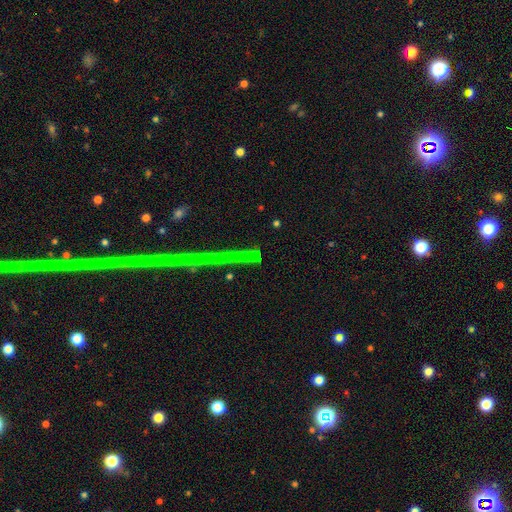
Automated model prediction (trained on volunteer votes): Smooth or featured?
  - star or artifact: 70% *
  - featured or disk: 16%
  - smooth: 15%